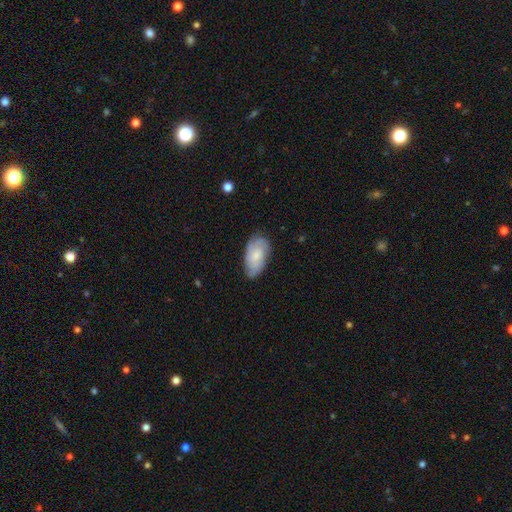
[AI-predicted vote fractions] This is possibly a smooth galaxy (48%). Merging: likely none (68%).